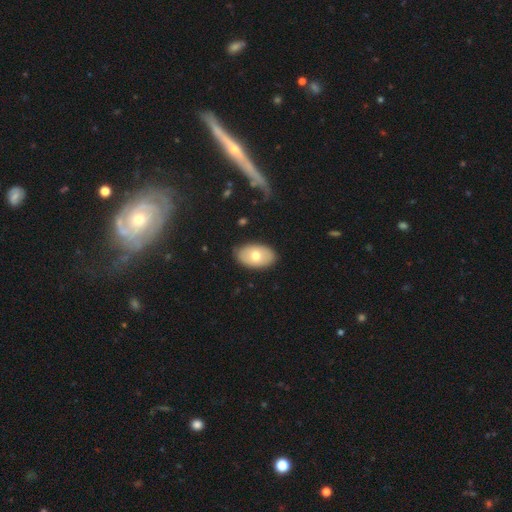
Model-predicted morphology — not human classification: This is likely a smooth galaxy (67%). How rounded: clearly in between (93%). Merging: clearly none (86%).